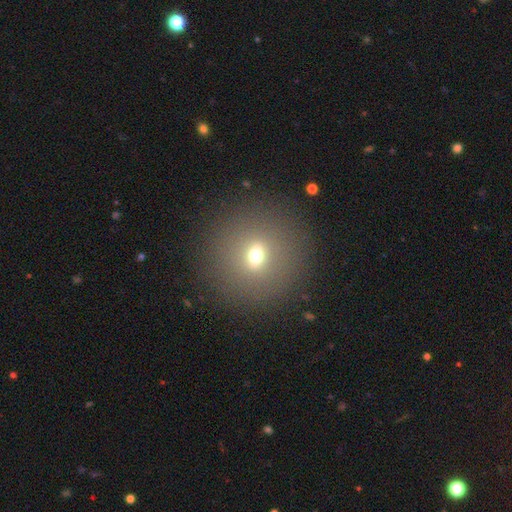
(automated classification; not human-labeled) Morphology: type=smooth (58%); roundness=round (81%); merging=none (86%).